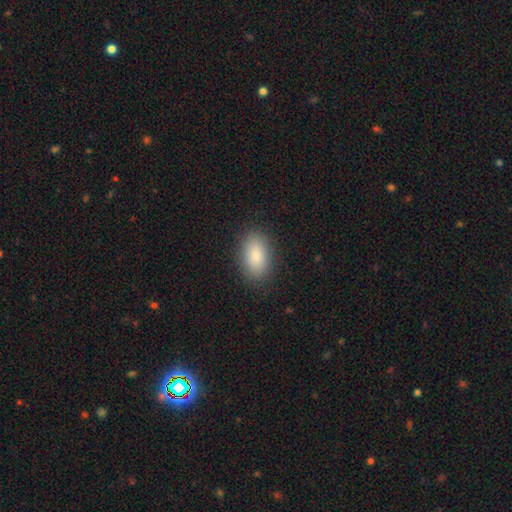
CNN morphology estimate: A smooth galaxy with no disk features (87%) that is in between round and cigar-shaped (92%). Merging: none (88%).